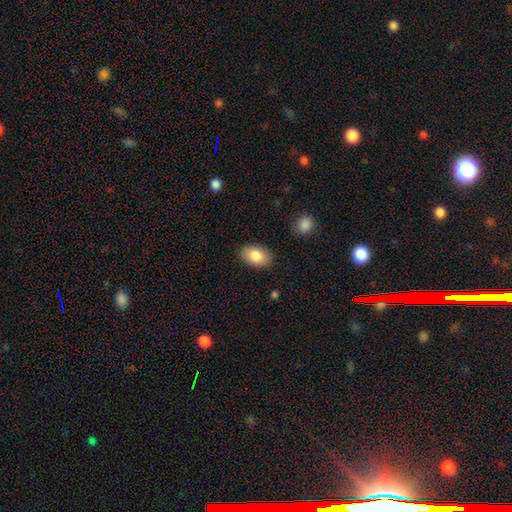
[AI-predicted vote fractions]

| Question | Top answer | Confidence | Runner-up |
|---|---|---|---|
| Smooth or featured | smooth | 86% | featured or disk (8%) |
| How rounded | in between | 92% | round (7%) |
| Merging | none | 86% | minor disturbance (10%) |